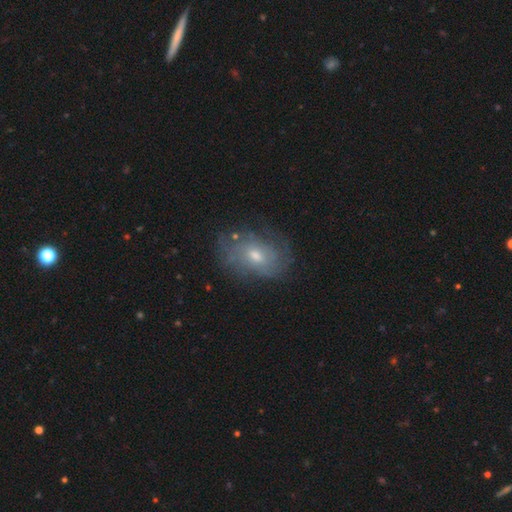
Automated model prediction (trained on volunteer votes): Q: Smooth or featured?
A: featured or disk (56%); runner-up: smooth (33%)
Q: Edge-on disk?
A: no (95%); runner-up: yes (5%)
Q: Bar?
A: no (74%); runner-up: weak (23%)
Q: Spiral arms?
A: yes (64%); runner-up: no (36%)
Q: Bulge size?
A: moderate (54%); runner-up: small (40%)
Q: Merging?
A: none (66%); runner-up: minor disturbance (22%)